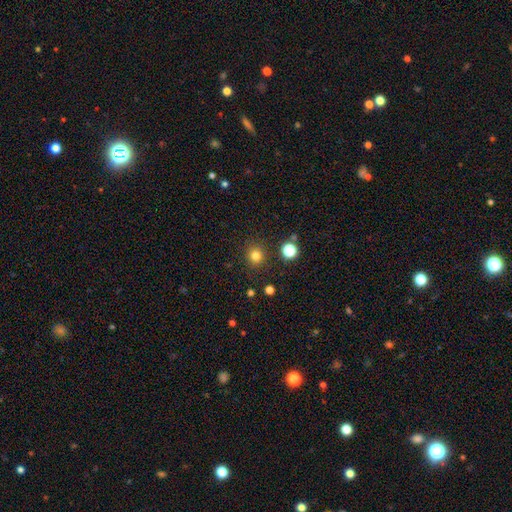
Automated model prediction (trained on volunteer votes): Overall: smooth (80%). How rounded: round (86%). Merging: none (88%).